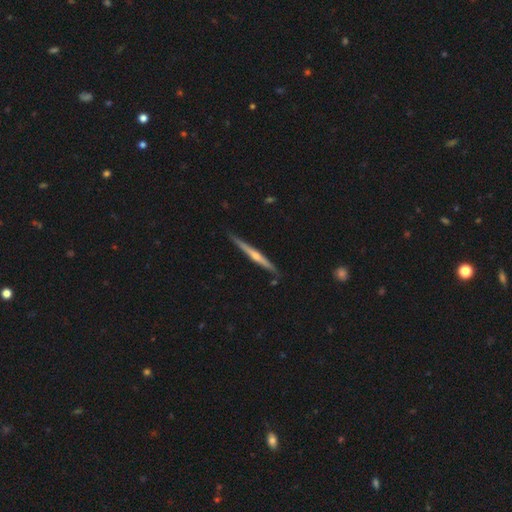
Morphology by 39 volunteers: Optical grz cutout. It shows a featured or disk galaxy (85%) viewed edge-on (100%) with a rounded central bulge (82%). Merging: none (92%).